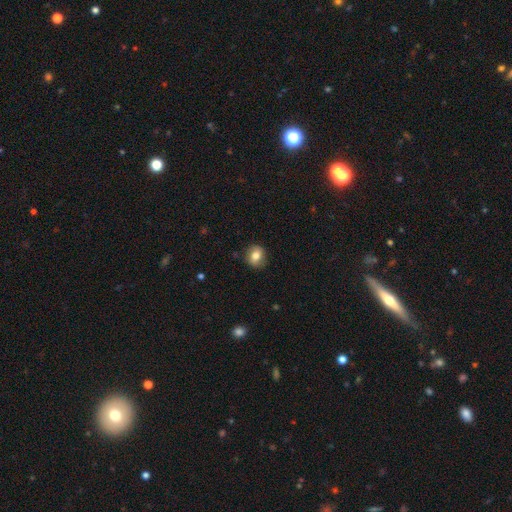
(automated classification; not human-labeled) smooth_or_featured: smooth (p=0.77) [alt: featured or disk p=0.14]
how_rounded: round (p=0.67) [alt: in between p=0.32]
merging: none (p=0.84) [alt: minor disturbance p=0.12]